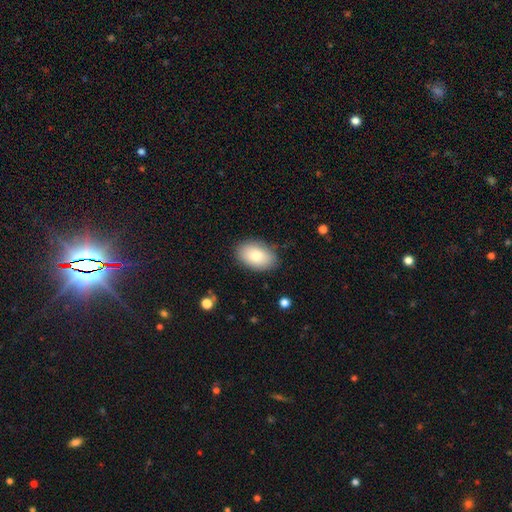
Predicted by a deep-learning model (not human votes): Smooth or featured: smooth — 82% (featured or disk — 11%)
How rounded: in between — 92% (round — 7%)
Merging: none — 83% (minor disturbance — 13%)